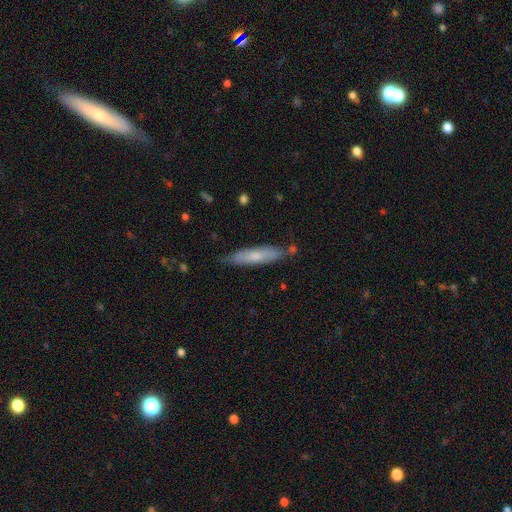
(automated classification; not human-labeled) The model was most divided on "smooth or featured": smooth: 61%, featured or disk: 33%, star or artifact: 6%. More confident: how rounded — cigar-shaped (83%); merging — none (76%).